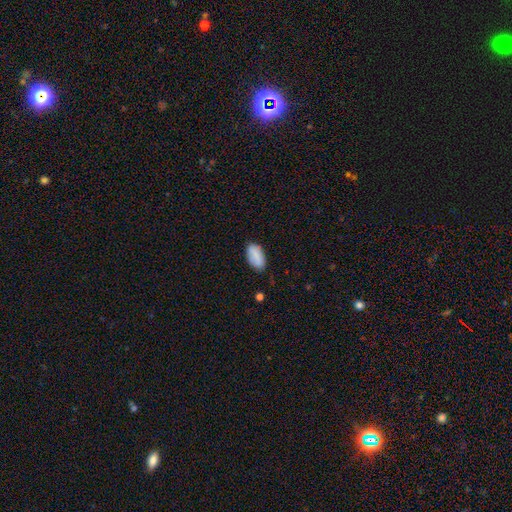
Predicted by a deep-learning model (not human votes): Morphology: type=smooth (84%); roundness=in between (93%); merging=none (81%).